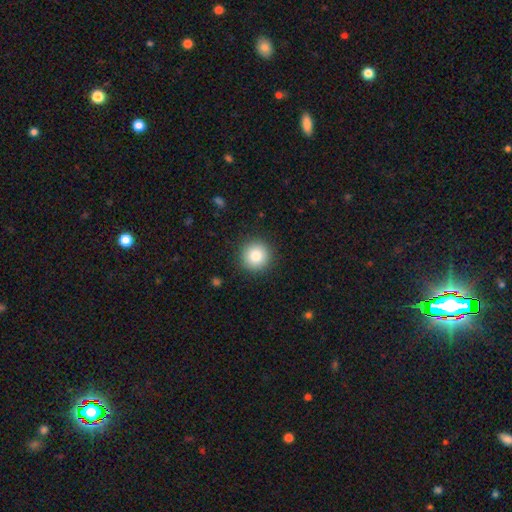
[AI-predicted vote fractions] Smooth or featured?
  - smooth: 83% *
  - star or artifact: 10%
  - featured or disk: 7%
How rounded?
  - round: 95% *
  - in between: 4%
  - cigar-shaped: 1%
Merging?
  - none: 91% *
  - minor disturbance: 6%
  - major disturbance: 2%
  - merger: 1%